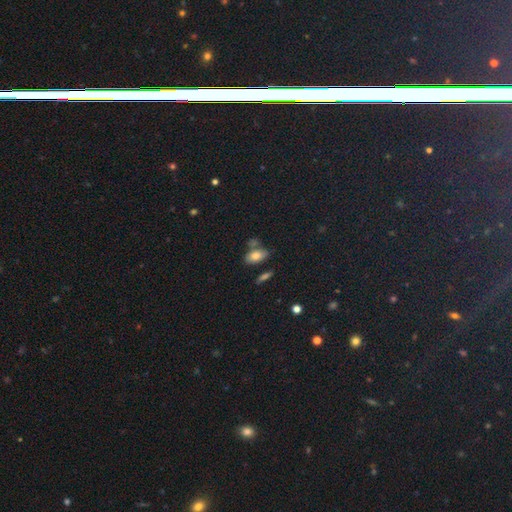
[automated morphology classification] smooth_or_featured: smooth (p=0.77) [alt: featured or disk p=0.14]
how_rounded: in between (p=0.89) [alt: round p=0.06]
merging: none (p=0.62) [alt: merger p=0.18]